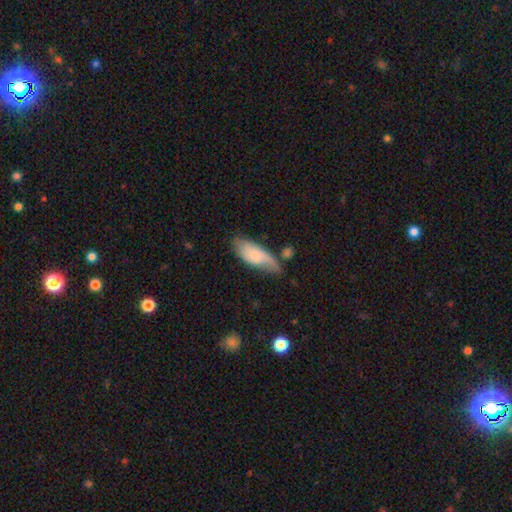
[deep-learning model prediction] Smooth or featured? smooth (62%)
How rounded? in between (80%)
Merging? none (48%)